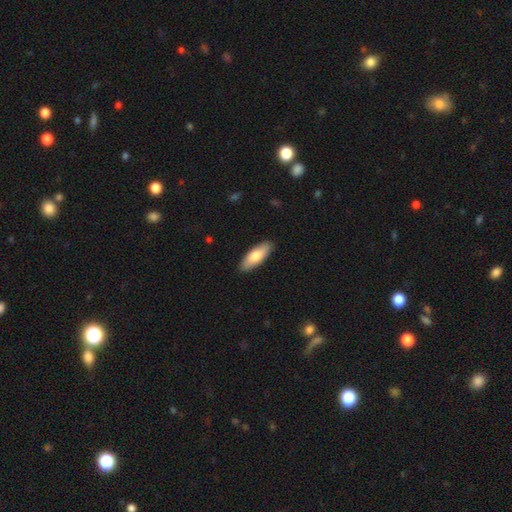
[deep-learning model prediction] Overall: smooth (76%). How rounded: in between (65%; cigar-shaped 33%). Merging: none (90%).